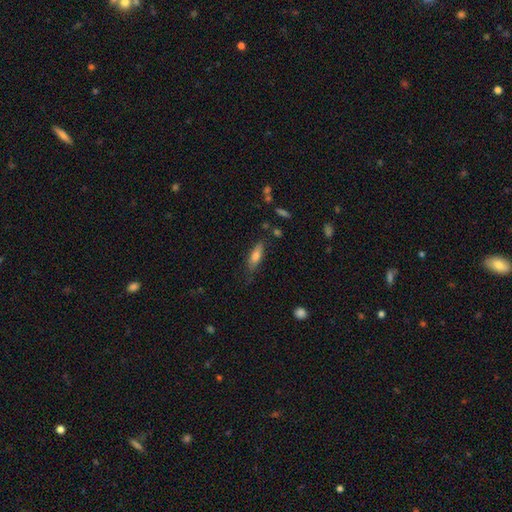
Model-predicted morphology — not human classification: Overall: smooth (72%). How rounded: in between (51%; cigar-shaped 47%). Merging: none (68%).